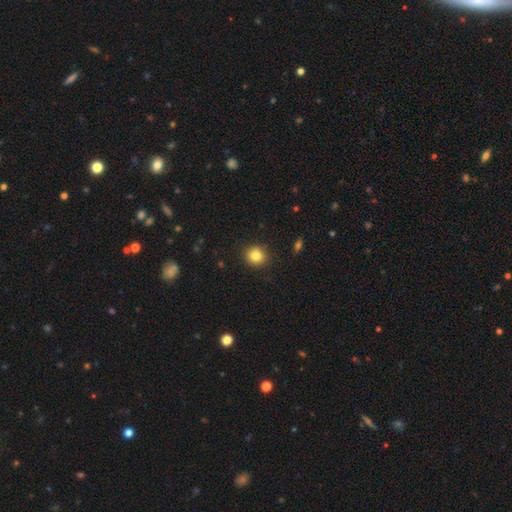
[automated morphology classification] This is clearly a smooth galaxy (84%). How rounded: clearly round (89%). Merging: clearly none (91%).